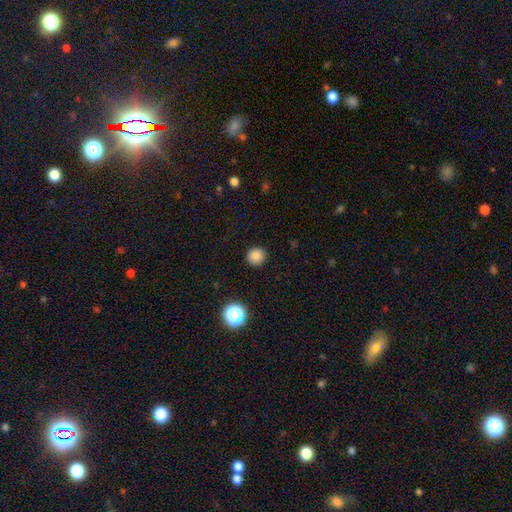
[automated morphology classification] This is clearly a smooth galaxy (84%). How rounded: clearly round (93%). Merging: clearly none (91%).